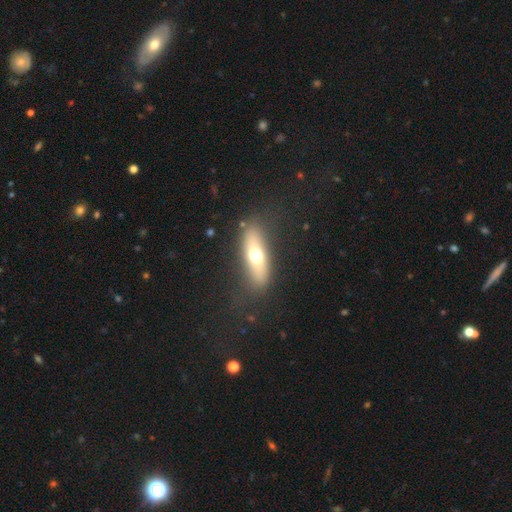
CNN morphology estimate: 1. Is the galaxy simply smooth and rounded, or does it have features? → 59% smooth, 33% featured or disk, 8% star or artifact.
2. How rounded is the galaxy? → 56% in between, 39% cigar-shaped, 5% round.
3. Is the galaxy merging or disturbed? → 81% none, 12% minor disturbance, 5% major disturbance, 2% merger.